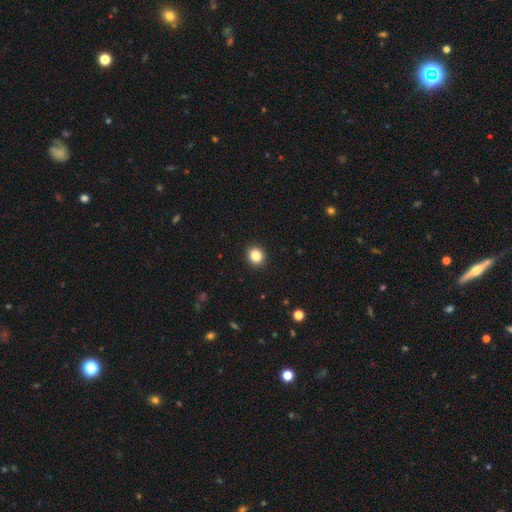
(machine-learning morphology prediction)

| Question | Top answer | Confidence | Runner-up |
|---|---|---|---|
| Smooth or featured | smooth | 84% | star or artifact (11%) |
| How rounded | round | 85% | in between (14%) |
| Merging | none | 93% | minor disturbance (5%) |